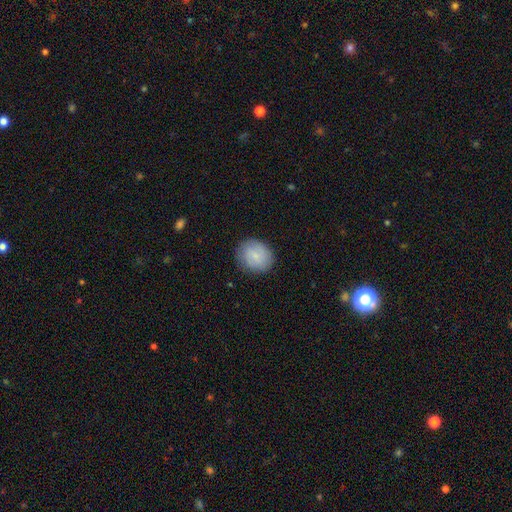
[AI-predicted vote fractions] A smooth galaxy with no disk features (83%) that is round (68%).

Vote fractions:
- Smooth or featured? smooth: 83% / featured or disk: 10% / star or artifact: 6%
- How rounded? round: 68% / in between: 31% / cigar-shaped: 1%
- Merging? none: 85% / minor disturbance: 11% / major disturbance: 3% / merger: 1%